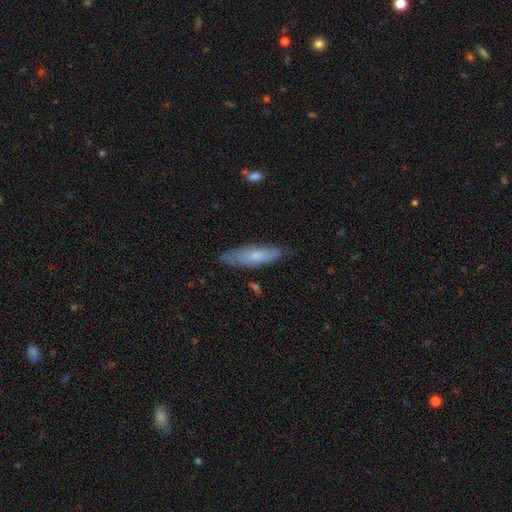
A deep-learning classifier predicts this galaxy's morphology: Smooth or featured? Predicted: smooth (p=0.60). How rounded? Predicted: cigar-shaped (p=0.59). Merging? Predicted: none (p=0.72).